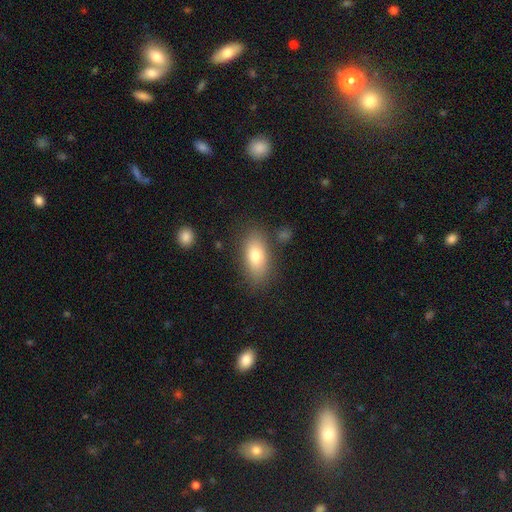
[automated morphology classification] Overall: smooth (76%). How rounded: in between (88%). Merging: none (80%).